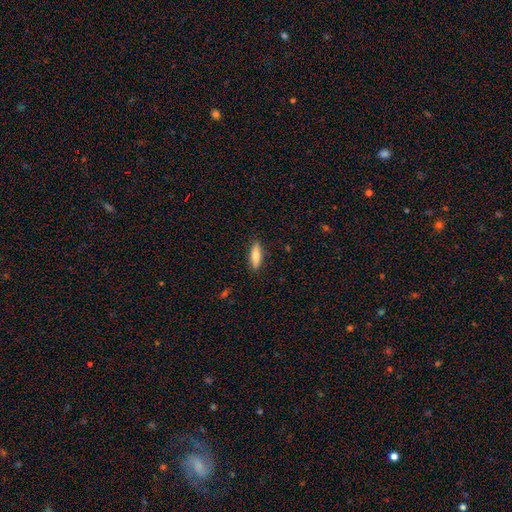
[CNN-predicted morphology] type=smooth (75%); roundness=cigar-shaped (57%); merging=none (88%).